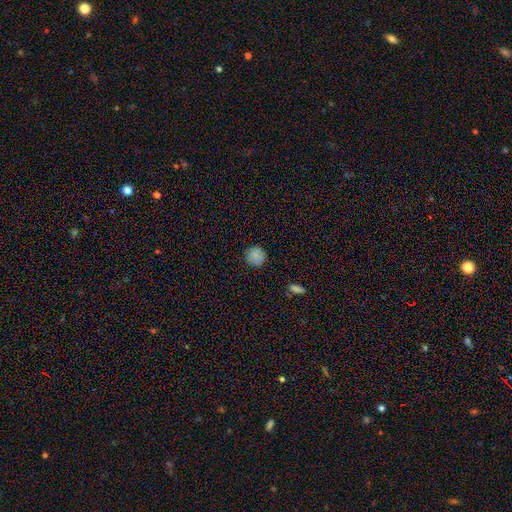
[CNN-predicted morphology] type=smooth (82%); roundness=round (92%); merging=none (86%).